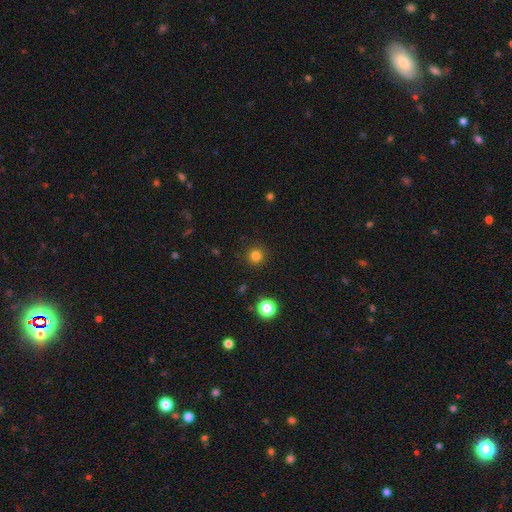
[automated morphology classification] Smooth or featured? smooth (81%)
How rounded? round (95%)
Merging? none (91%)